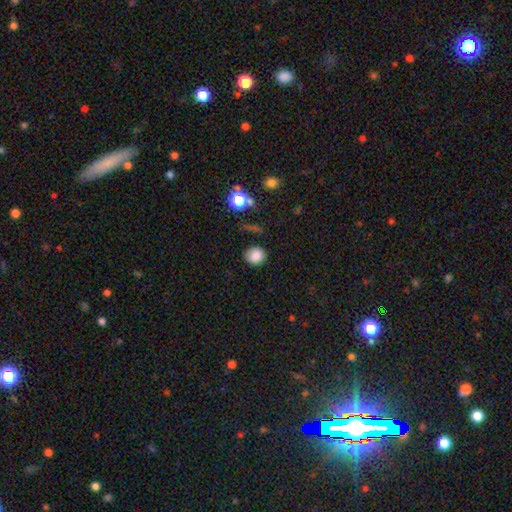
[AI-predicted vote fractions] A smooth galaxy with no disk features (84%) that is round (81%). Merging: none (79%).